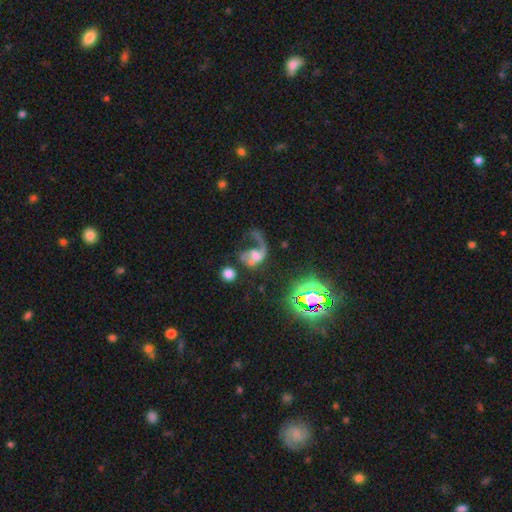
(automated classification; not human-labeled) This is likely a featured or disk galaxy (65%). It is clearly not viewed edge-on (97%). Bar: likely no (63%). Spiral arm pattern: likely yes (77%). Central bulge: marginally moderate (41%). Merging: possibly major disturbance (48%).